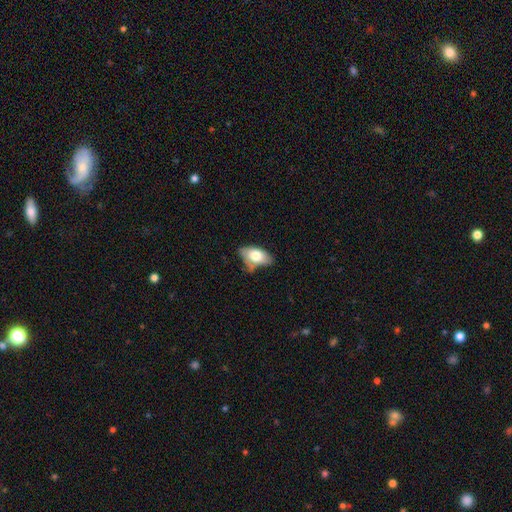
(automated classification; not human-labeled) Smooth or featured?
  - smooth: 70% *
  - featured or disk: 23%
  - star or artifact: 7%
How rounded?
  - in between: 91% *
  - round: 5%
  - cigar-shaped: 4%
Merging?
  - none: 42% *
  - minor disturbance: 34%
  - major disturbance: 13%
  - merger: 10%